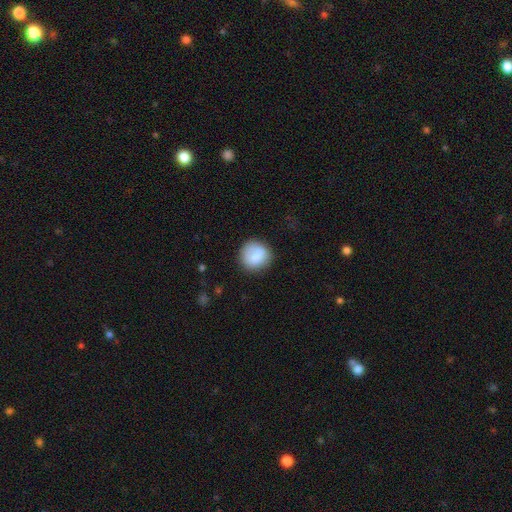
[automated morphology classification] This is likely a smooth galaxy (78%). How rounded: clearly round (89%). Merging: likely none (77%).